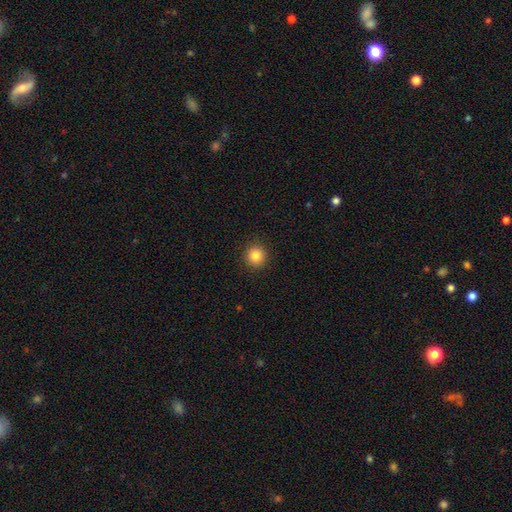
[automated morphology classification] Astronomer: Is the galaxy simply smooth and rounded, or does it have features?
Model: smooth — 84%.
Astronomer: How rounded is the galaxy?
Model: round — 94%.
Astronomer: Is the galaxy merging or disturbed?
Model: none — 92%.